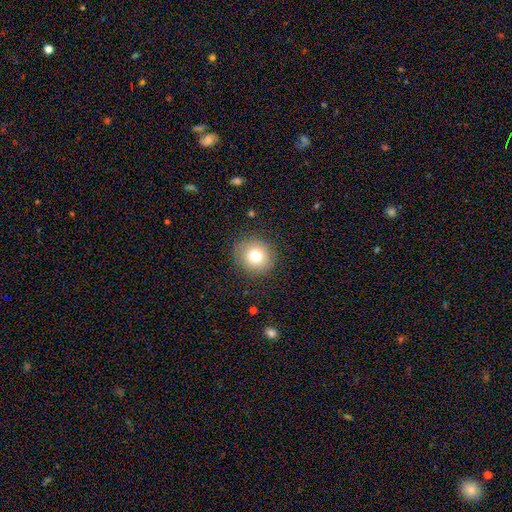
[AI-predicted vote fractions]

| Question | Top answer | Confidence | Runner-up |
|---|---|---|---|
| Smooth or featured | smooth | 77% | featured or disk (12%) |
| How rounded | round | 87% | in between (12%) |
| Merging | none | 86% | minor disturbance (9%) |